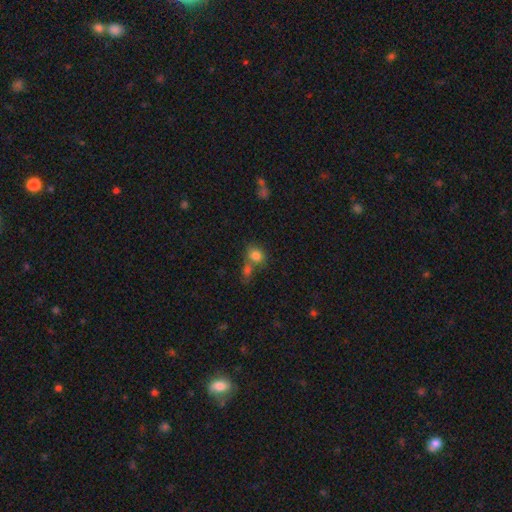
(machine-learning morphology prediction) A smooth galaxy with no disk features (80%) that is round (59%).

Vote fractions:
- Smooth or featured? smooth: 80% / star or artifact: 11% / featured or disk: 9%
- How rounded? round: 59% / in between: 40% / cigar-shaped: 1%
- Merging? none: 44% / merger: 40% / minor disturbance: 11% / major disturbance: 5%